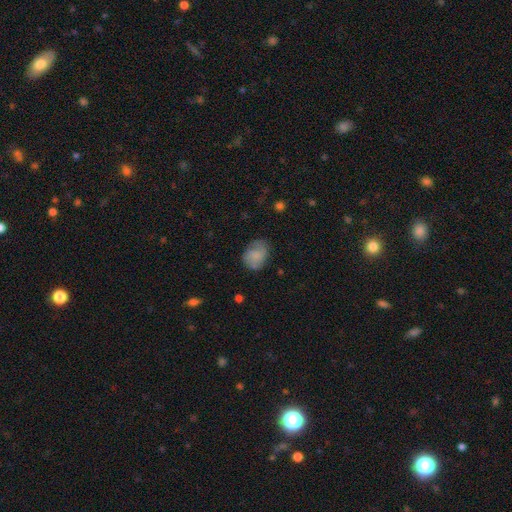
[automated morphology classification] Smooth or featured: smooth — 62% (featured or disk — 29%)
How rounded: in between — 59% (round — 40%)
Merging: none — 65% (minor disturbance — 25%)